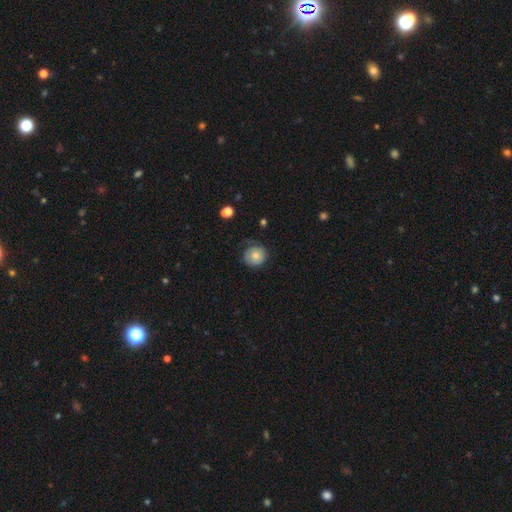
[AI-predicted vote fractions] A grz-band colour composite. It shows a smooth galaxy with no disk features (70%) that is round (90%). Merging: none (65%).